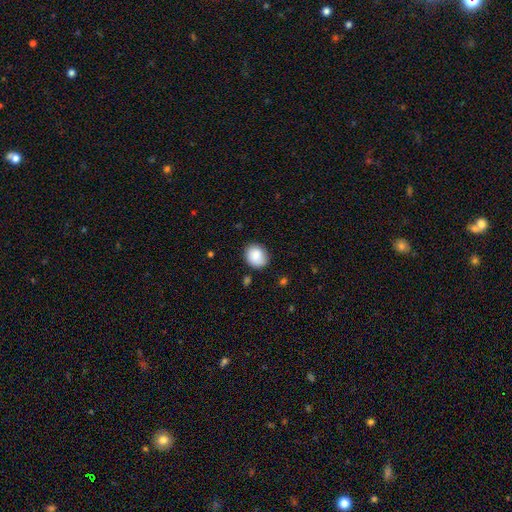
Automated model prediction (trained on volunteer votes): smooth 87%, star or artifact 7%, featured or disk 6%. Down the decision tree: how rounded — round (62%); merging — none (82%).